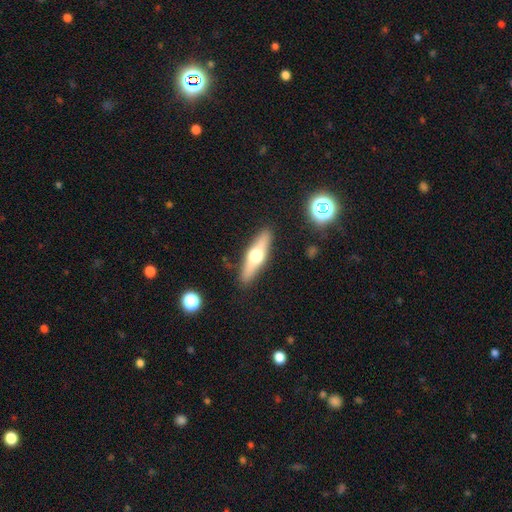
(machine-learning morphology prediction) A featured or disk galaxy (54%) viewed edge-on (91%).

Vote fractions:
- Smooth or featured? featured or disk: 54% / smooth: 40% / star or artifact: 6%
- Edge-on disk? yes: 91% / no: 9%
- Merging? none: 88% / minor disturbance: 8% / major disturbance: 2% / merger: 1%